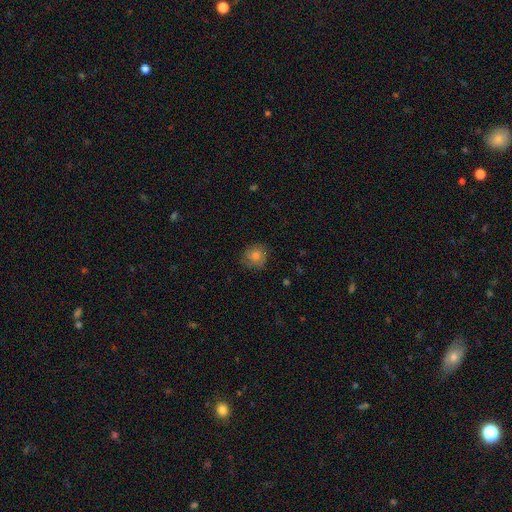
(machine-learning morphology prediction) The model was most divided on "smooth or featured": smooth: 71%, featured or disk: 16%, star or artifact: 13%. More confident: how rounded — round (89%); merging — none (80%).